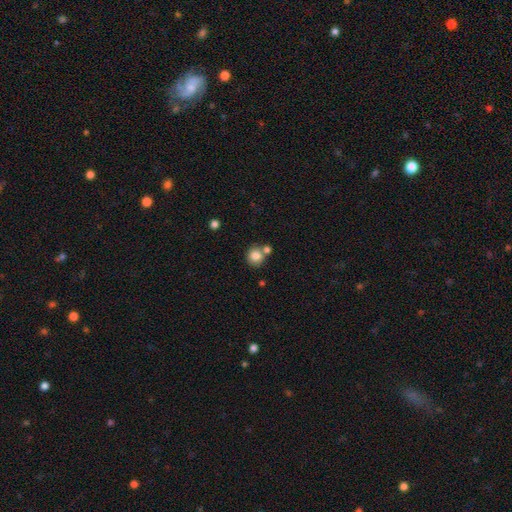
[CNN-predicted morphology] This appears to be a smooth galaxy with no disk features (83%) that is round (88%). Merging: none (62%).